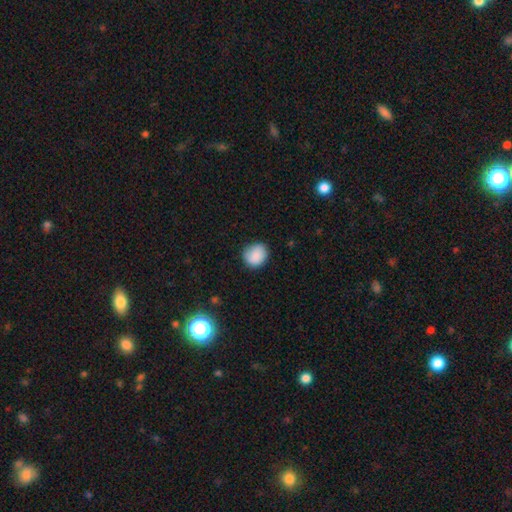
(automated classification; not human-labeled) A smooth galaxy with no disk features (86%) that is round (79%).

Vote fractions:
- Smooth or featured? smooth: 86% / star or artifact: 8% / featured or disk: 6%
- How rounded? round: 79% / in between: 20% / cigar-shaped: 1%
- Merging? none: 82% / minor disturbance: 14% / major disturbance: 3% / merger: 1%